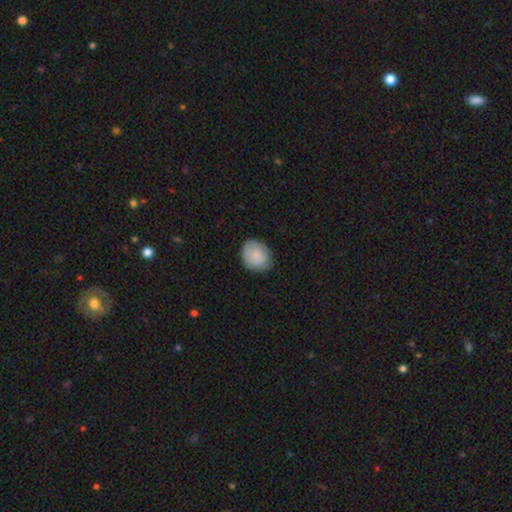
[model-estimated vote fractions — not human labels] Smooth or featured: smooth — 81% (featured or disk — 12%)
How rounded: round — 55% (in between — 44%)
Merging: none — 76% (minor disturbance — 19%)